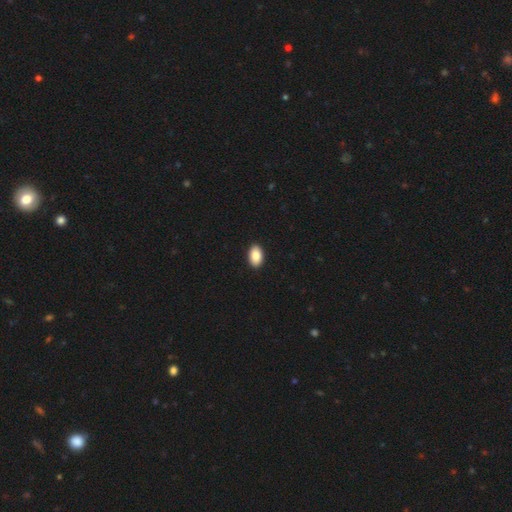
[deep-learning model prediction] Q: Smooth or featured?
A: smooth (88%); runner-up: star or artifact (7%)
Q: How rounded?
A: in between (93%); runner-up: round (6%)
Q: Merging?
A: none (92%); runner-up: minor disturbance (6%)